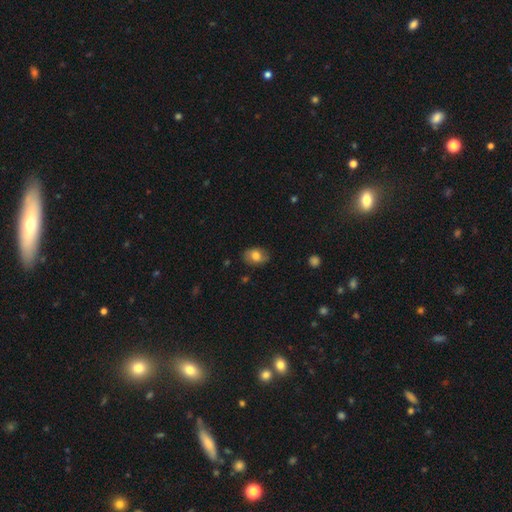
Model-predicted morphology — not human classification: This is likely a smooth galaxy (72%). How rounded: likely in between (73%). Merging: likely none (80%).